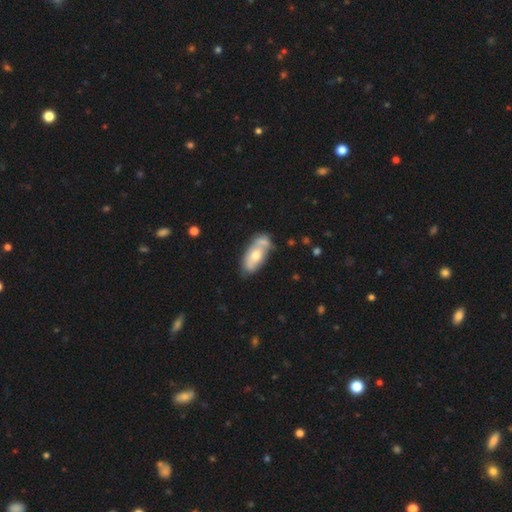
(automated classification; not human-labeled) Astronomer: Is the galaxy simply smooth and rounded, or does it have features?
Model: smooth — 52% (runner-up: featured or disk, 42%).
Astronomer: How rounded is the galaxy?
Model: in between — 88%.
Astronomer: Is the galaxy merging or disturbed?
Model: none — 46% (runner-up: merger, 24%).